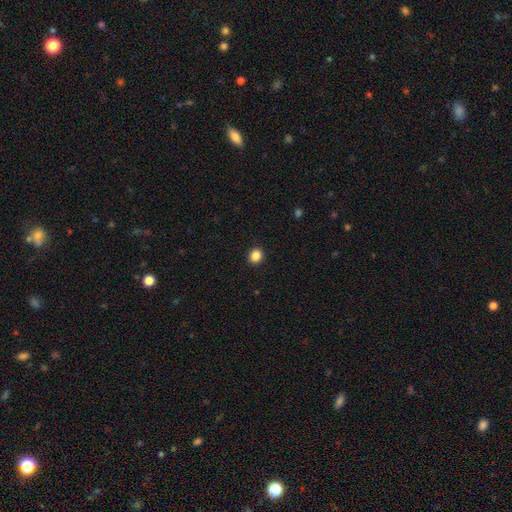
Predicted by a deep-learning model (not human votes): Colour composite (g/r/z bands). It shows a smooth galaxy with no disk features (86%) that is round (80%). Merging: none (92%).